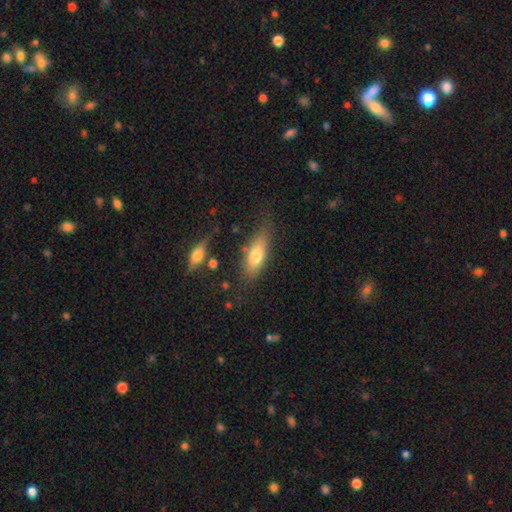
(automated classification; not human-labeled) Smooth or featured? smooth (69%)
How rounded? in between (69%)
Merging? none (71%)